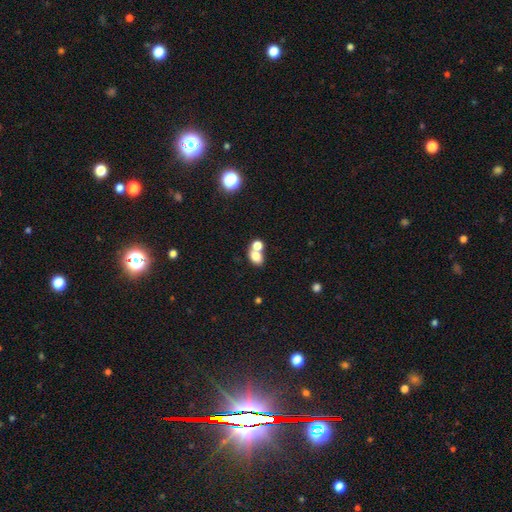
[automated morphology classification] The model was most divided on "merging": merger: 52%, none: 36%, minor disturbance: 8%, major disturbance: 4%. More confident: smooth or featured — smooth (77%); how rounded — in between (64%).